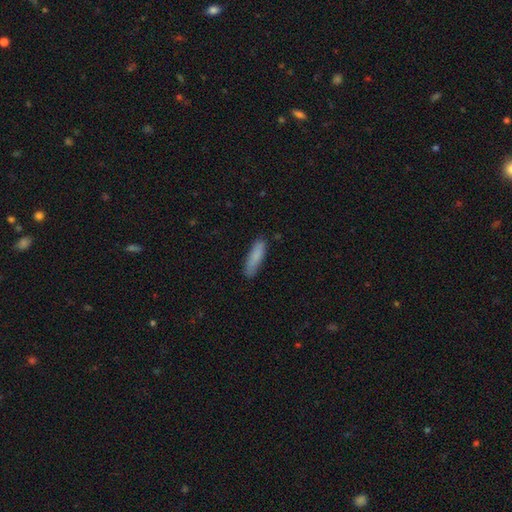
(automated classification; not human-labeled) A smooth galaxy with no disk features (84%) that is cigar-shaped (71%). Merging: none (81%).